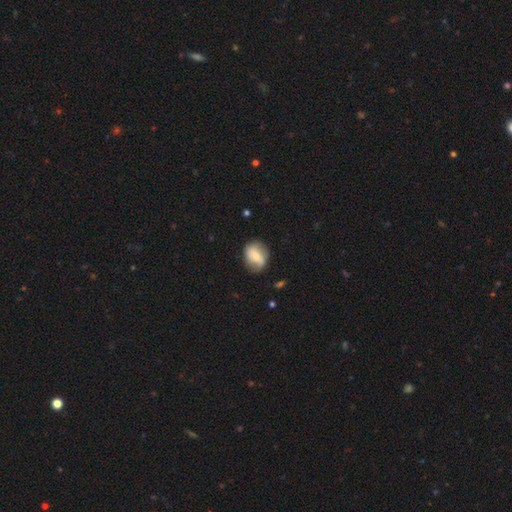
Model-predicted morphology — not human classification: A smooth galaxy with no disk features (47%).

Vote fractions:
- Smooth or featured? smooth: 47% / featured or disk: 46% / star or artifact: 7%
- Merging? none: 70% / minor disturbance: 22% / major disturbance: 6% / merger: 2%